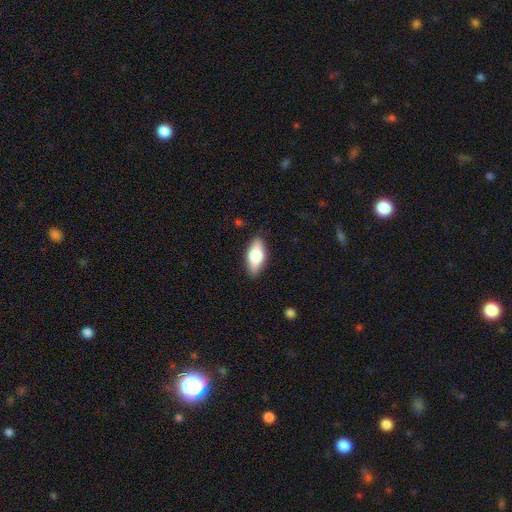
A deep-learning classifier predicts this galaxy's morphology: smooth_or_featured: smooth (p=0.70) [alt: featured or disk p=0.24]
how_rounded: in between (p=0.84) [alt: cigar-shaped p=0.13]
merging: none (p=0.85) [alt: minor disturbance p=0.11]